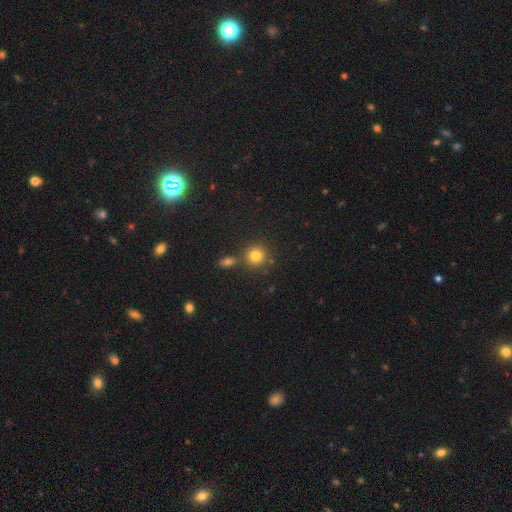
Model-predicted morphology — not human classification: Smooth or featured?
  - smooth: 80% *
  - star or artifact: 13%
  - featured or disk: 7%
How rounded?
  - round: 89% *
  - in between: 10%
  - cigar-shaped: 1%
Merging?
  - none: 71% *
  - merger: 17%
  - minor disturbance: 9%
  - major disturbance: 3%